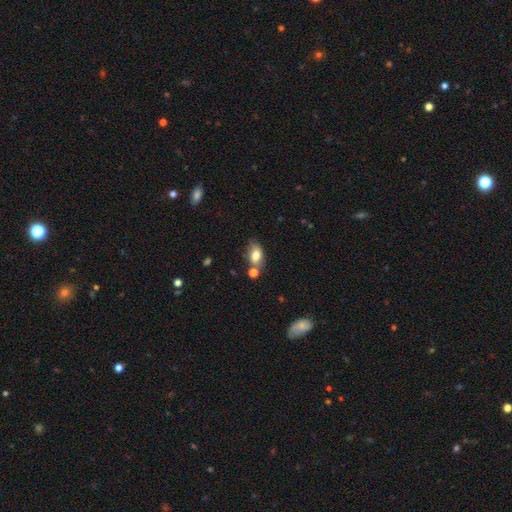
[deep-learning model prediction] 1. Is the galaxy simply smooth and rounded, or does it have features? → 78% smooth, 14% featured or disk, 9% star or artifact.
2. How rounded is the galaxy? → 87% in between, 10% round, 3% cigar-shaped.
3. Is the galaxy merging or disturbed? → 58% none, 19% minor disturbance, 17% merger, 5% major disturbance.